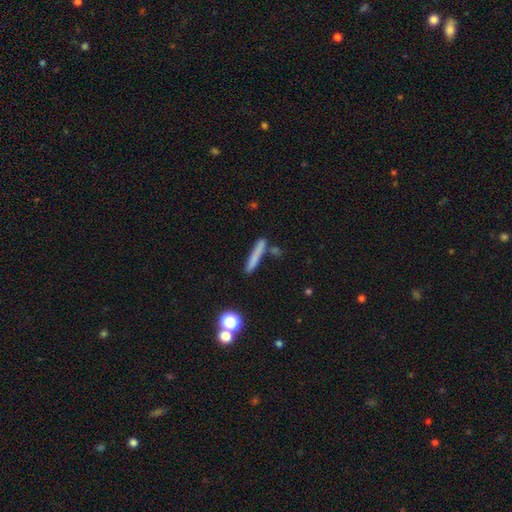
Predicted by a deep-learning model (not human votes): smooth_or_featured: smooth (p=0.71) [alt: featured or disk p=0.19]
how_rounded: cigar-shaped (p=0.93) [alt: in between p=0.05]
merging: none (p=0.76) [alt: minor disturbance p=0.11]